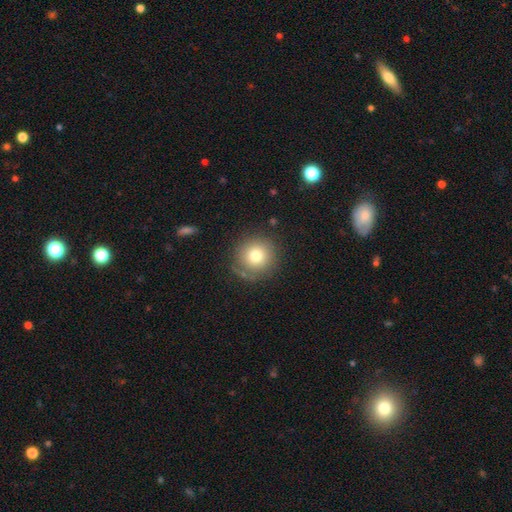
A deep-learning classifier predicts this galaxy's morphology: smooth 77%, featured or disk 12%, star or artifact 12%. Down the decision tree: how rounded — round (94%); merging — none (82%).